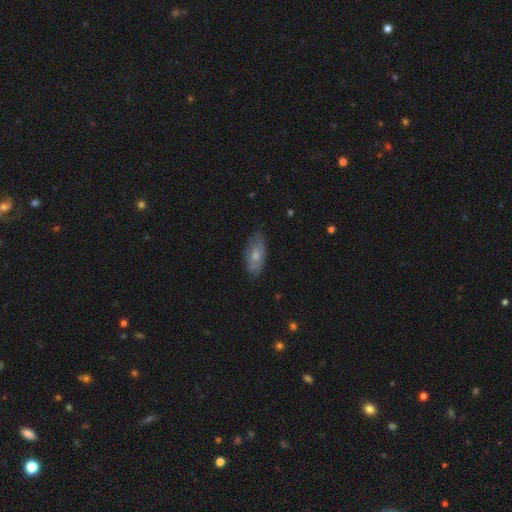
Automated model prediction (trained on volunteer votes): smooth-or-featured: smooth: 66% | featured or disk: 28% | star or artifact: 7%
  how-rounded: in between: 89% | cigar-shaped: 8% | round: 3%
  merging: none: 69% | minor disturbance: 26% | major disturbance: 4% | merger: 1%